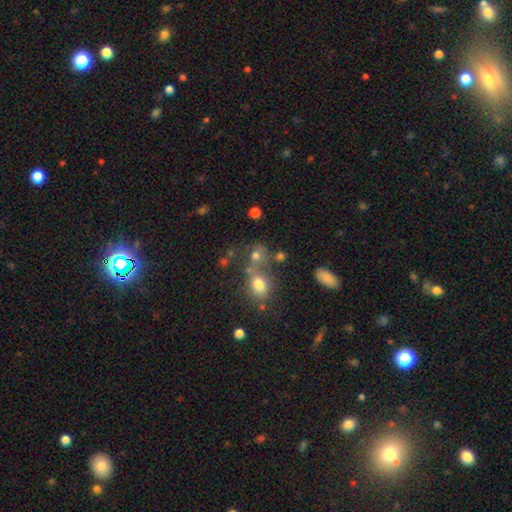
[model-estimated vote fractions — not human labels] A smooth galaxy with no disk features (72%) that is round (69%). Merging: none (45%).